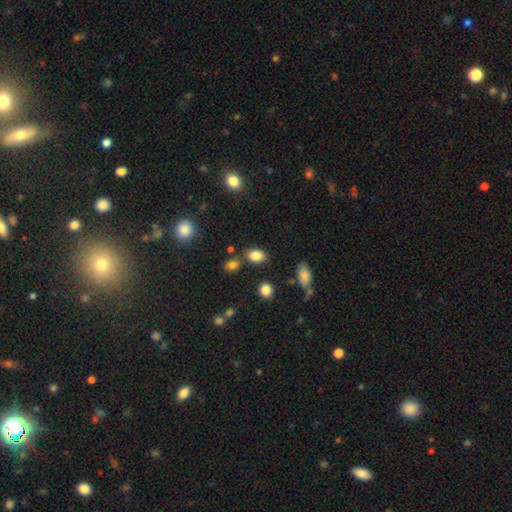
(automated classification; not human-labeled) This appears to be a smooth galaxy with no disk features (84%) that is in between round and cigar-shaped (83%). Merging: none (77%).